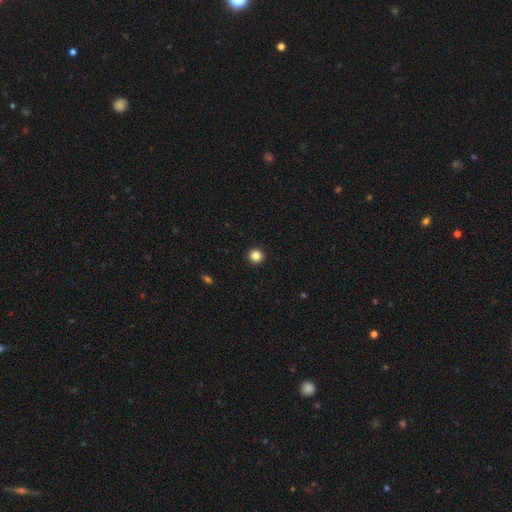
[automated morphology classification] Overall: smooth (84%). How rounded: round (95%). Merging: none (94%).